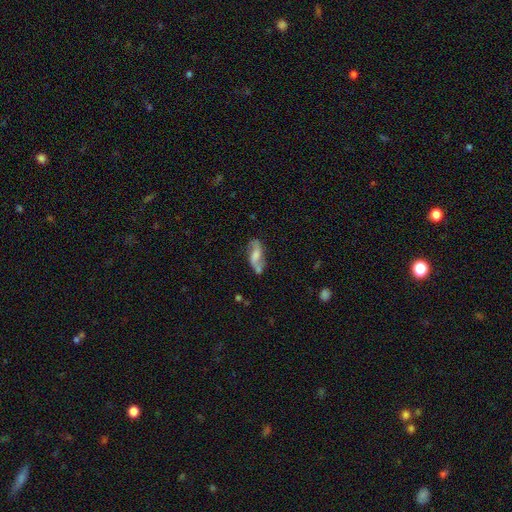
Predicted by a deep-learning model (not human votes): Smooth or featured? featured or disk (62%)
Edge-on disk? no (92%)
Bar? weak (42%)
Spiral arms? yes (87%)
Bulge size? moderate (33%)
Merging? none (59%)